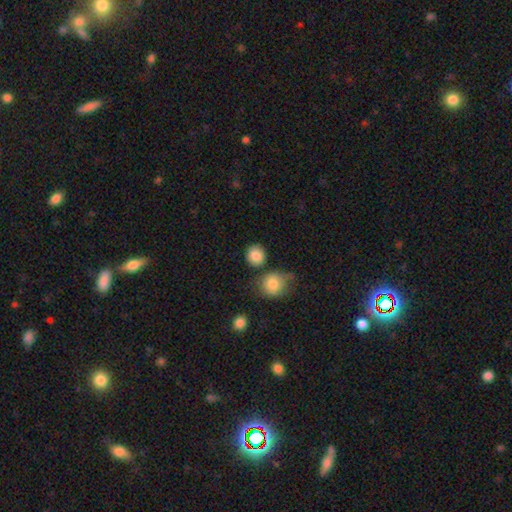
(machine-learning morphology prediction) Q: Smooth or featured?
A: smooth (87%); runner-up: star or artifact (8%)
Q: How rounded?
A: round (86%); runner-up: in between (13%)
Q: Merging?
A: none (78%); runner-up: minor disturbance (10%)